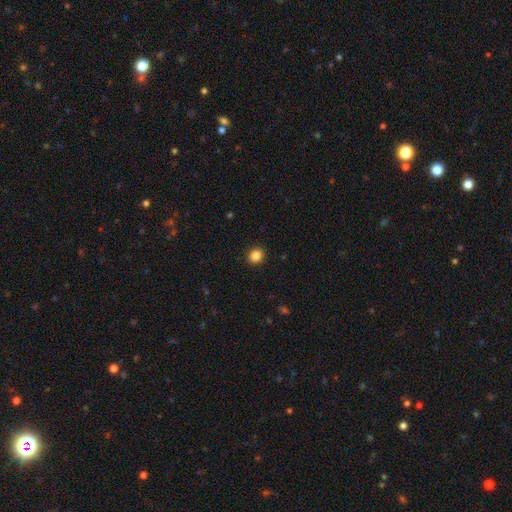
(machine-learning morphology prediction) The model was most divided on "how rounded": round: 78%, in between: 21%, cigar-shaped: 1%. More confident: merging — none (92%); smooth or featured — smooth (85%).